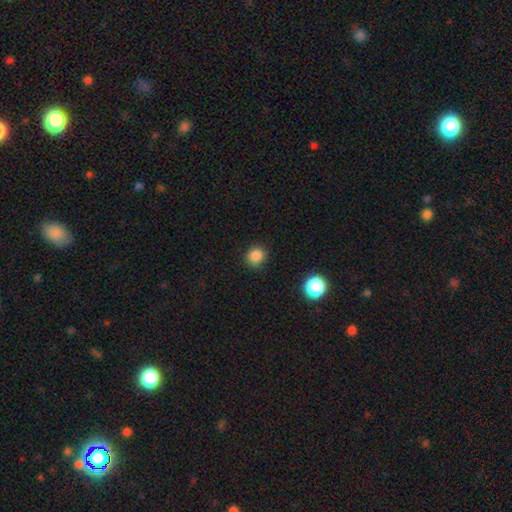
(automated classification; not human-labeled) The model was most divided on "smooth or featured": smooth: 85%, star or artifact: 12%, featured or disk: 3%. More confident: how rounded — round (87%); merging — none (87%).